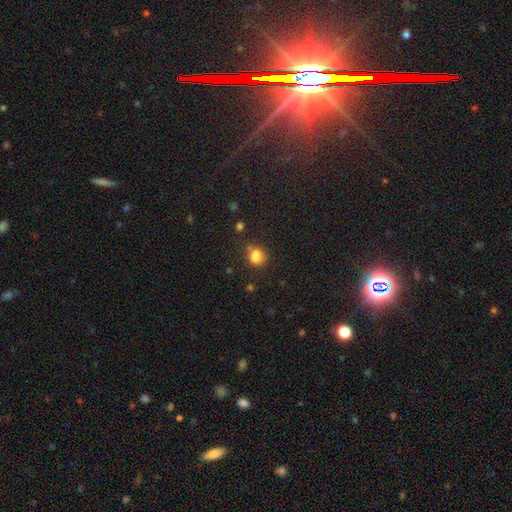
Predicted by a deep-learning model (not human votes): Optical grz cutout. It shows a smooth galaxy with no disk features (76%) that is round (60%). Merging: none (49%).